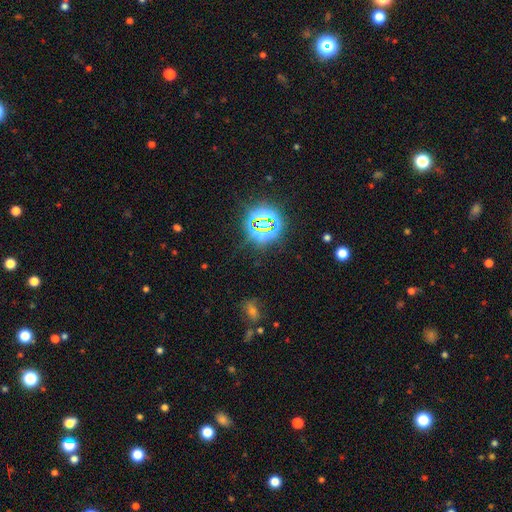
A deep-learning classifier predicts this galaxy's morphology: A star or artifact, not a galaxy (79%).